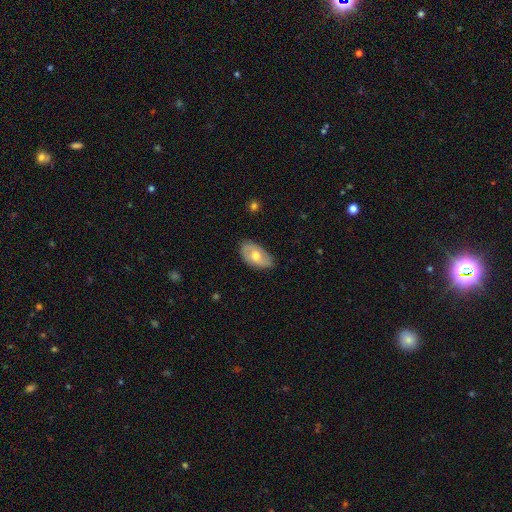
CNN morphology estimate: Overall: smooth (58%; featured or disk 36%). How rounded: in between (93%). Merging: none (77%).